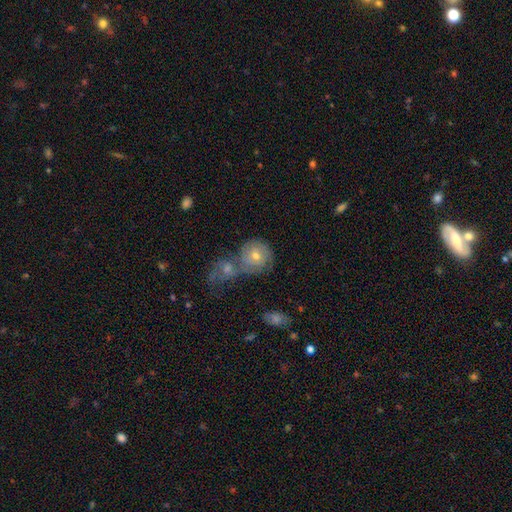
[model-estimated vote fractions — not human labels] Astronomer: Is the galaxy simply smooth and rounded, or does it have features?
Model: smooth — 46% (runner-up: featured or disk, 43%).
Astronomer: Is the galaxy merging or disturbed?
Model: merger — 46% (runner-up: none, 38%).